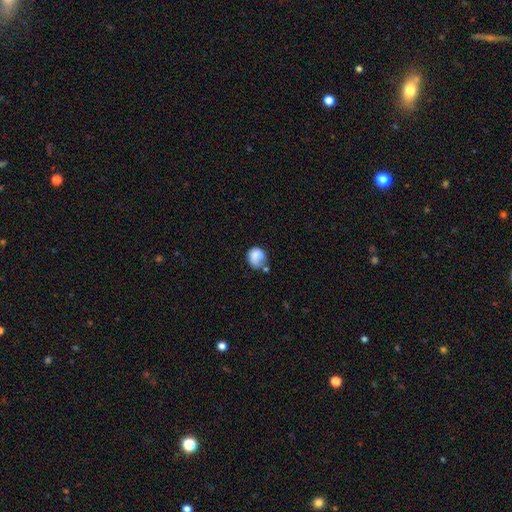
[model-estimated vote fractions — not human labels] Smooth or featured? smooth (78%)
How rounded? round (72%)
Merging? none (44%)